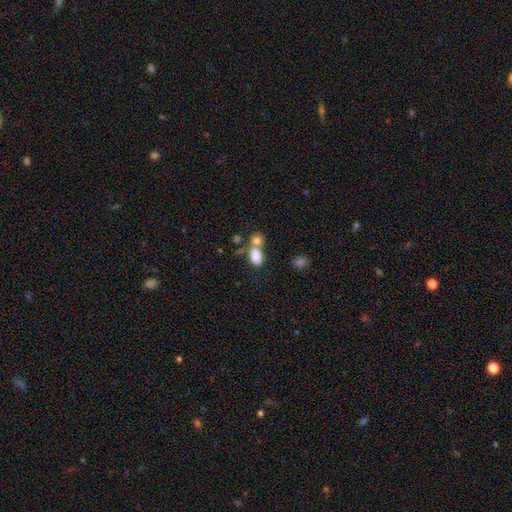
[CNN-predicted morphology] Q: Smooth or featured?
A: smooth (83%); runner-up: star or artifact (9%)
Q: How rounded?
A: in between (85%); runner-up: round (13%)
Q: Merging?
A: merger (44%); runner-up: none (39%)